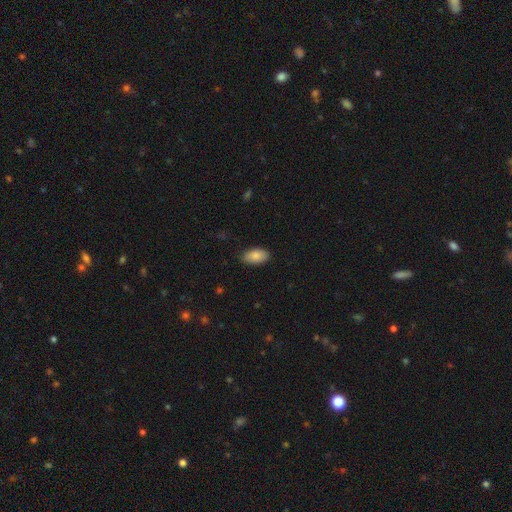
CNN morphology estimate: type=smooth (87%); roundness=in between (95%); merging=none (87%).